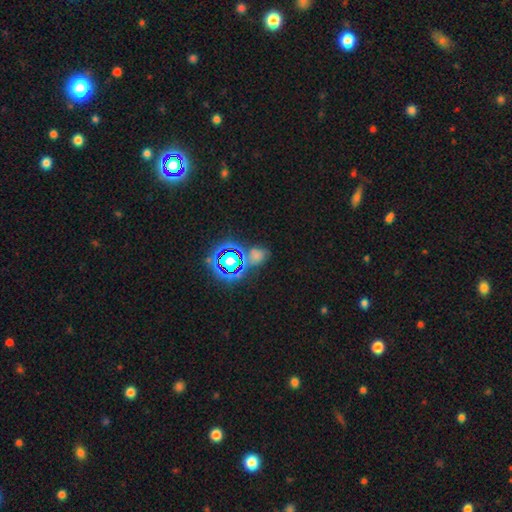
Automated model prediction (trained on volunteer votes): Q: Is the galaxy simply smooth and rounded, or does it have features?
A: star or artifact — 47%.